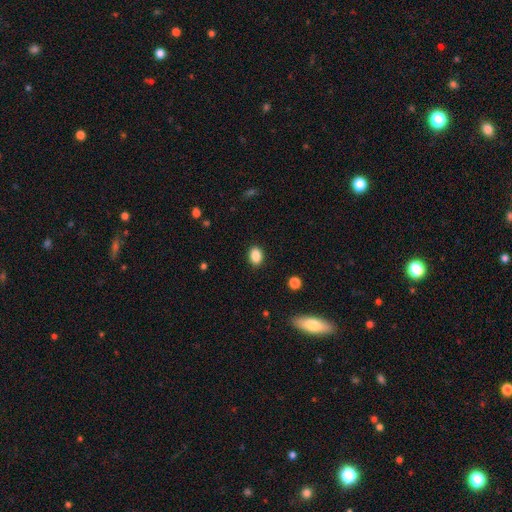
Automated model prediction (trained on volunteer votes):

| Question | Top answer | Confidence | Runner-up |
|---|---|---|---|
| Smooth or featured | smooth | 88% | star or artifact (9%) |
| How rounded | in between | 76% | round (23%) |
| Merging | none | 89% | minor disturbance (8%) |